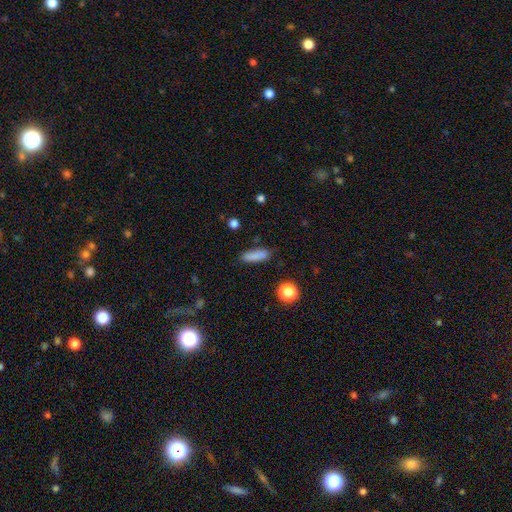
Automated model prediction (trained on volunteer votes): Smooth or featured?
  - smooth: 84% *
  - star or artifact: 9%
  - featured or disk: 7%
How rounded?
  - cigar-shaped: 62% *
  - in between: 35%
  - round: 3%
Merging?
  - none: 81% *
  - minor disturbance: 13%
  - major disturbance: 3%
  - merger: 3%